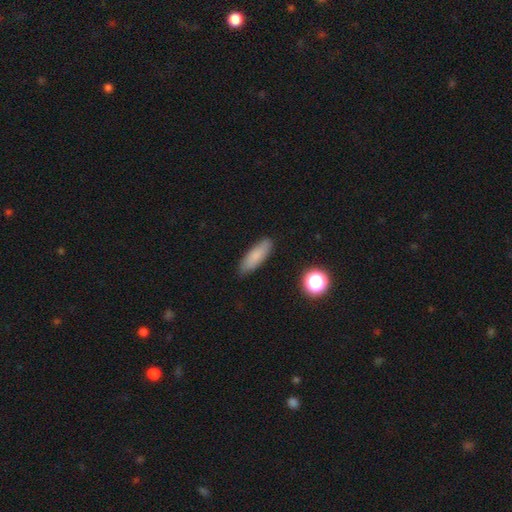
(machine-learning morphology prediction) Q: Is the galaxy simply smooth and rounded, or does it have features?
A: smooth — 81%.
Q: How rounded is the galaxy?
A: in between — 52%.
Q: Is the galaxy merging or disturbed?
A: none — 85%.